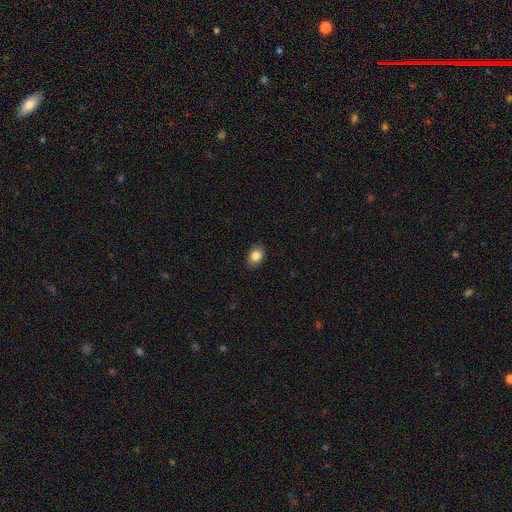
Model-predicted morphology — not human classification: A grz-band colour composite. It shows a smooth galaxy with no disk features (85%) that is in between round and cigar-shaped (77%). Merging: none (87%).